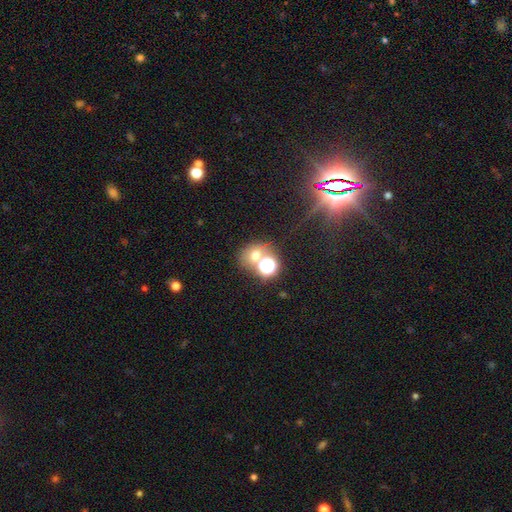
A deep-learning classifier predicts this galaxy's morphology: A smooth galaxy with no disk features (58%) that is round (66%).

Vote fractions:
- Smooth or featured? smooth: 58% / star or artifact: 30% / featured or disk: 13%
- How rounded? round: 66% / in between: 33% / cigar-shaped: 1%
- Merging? none: 52% / merger: 33% / minor disturbance: 9% / major disturbance: 6%